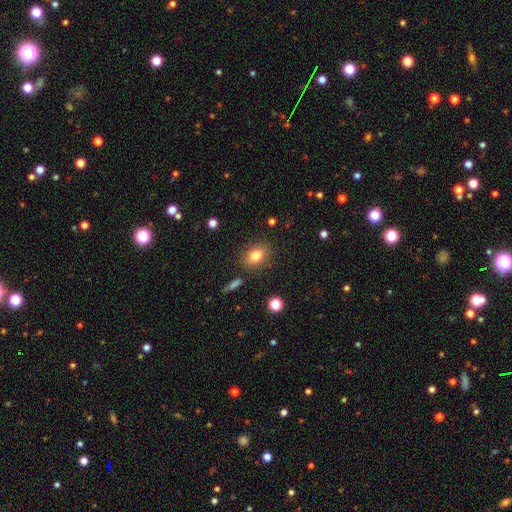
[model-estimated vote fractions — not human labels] Smooth or featured? smooth (81%)
How rounded? in between (68%)
Merging? none (83%)